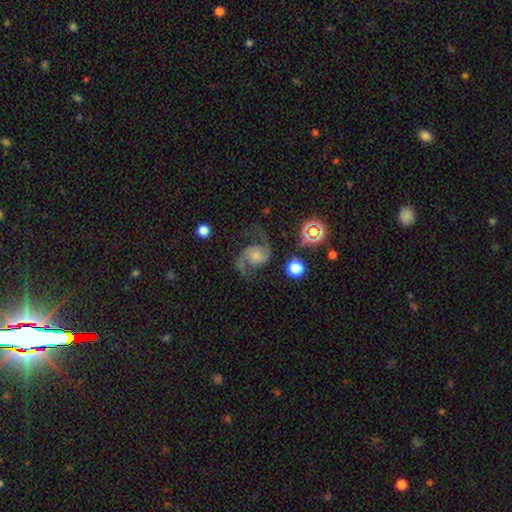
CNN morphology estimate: A featured or disk galaxy (88%) with no bar (70%), 2 (94%) medium (57%) spiral arms (98%) and a small central bulge (49%). Merging: none (75%).